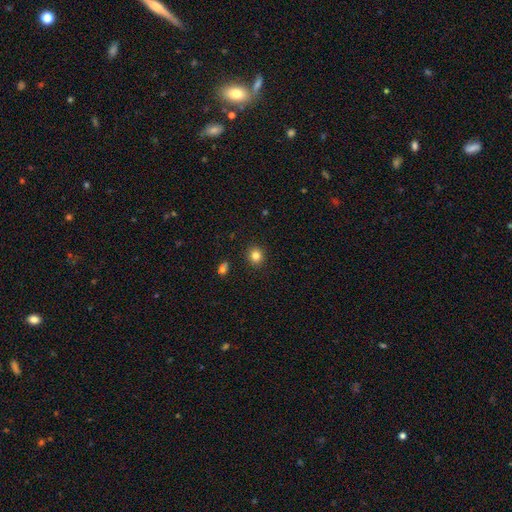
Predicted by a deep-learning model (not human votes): Q: Smooth or featured?
A: smooth (82%); runner-up: star or artifact (12%)
Q: How rounded?
A: round (84%); runner-up: in between (15%)
Q: Merging?
A: none (90%); runner-up: minor disturbance (7%)